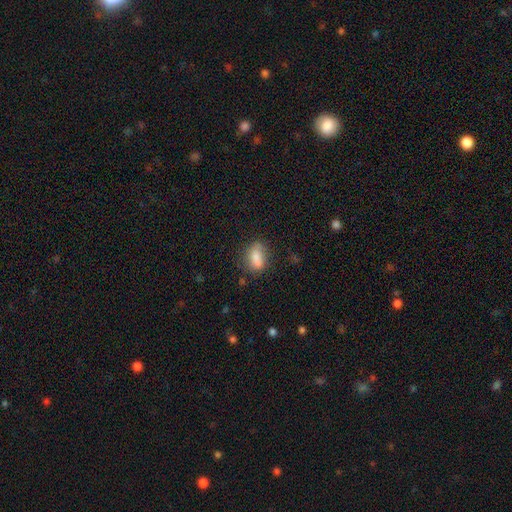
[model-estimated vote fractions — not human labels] Smooth or featured? smooth (80%)
How rounded? in between (81%)
Merging? none (63%)